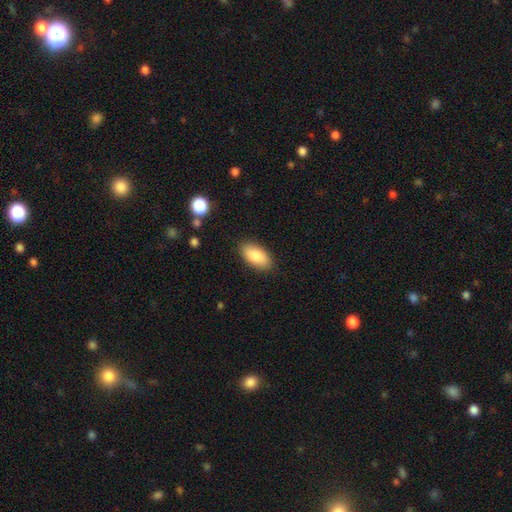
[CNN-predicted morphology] Smooth or featured? smooth (84%)
How rounded? in between (92%)
Merging? none (87%)